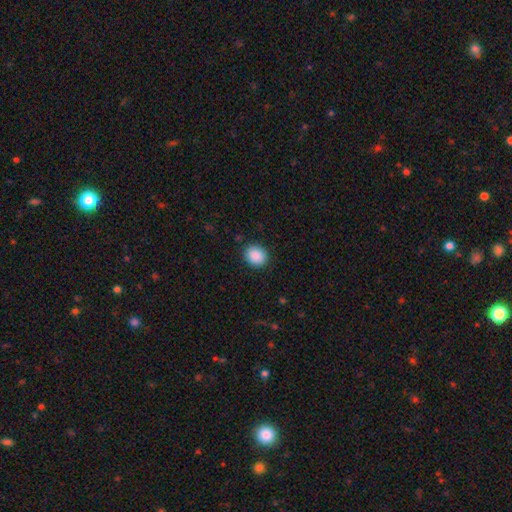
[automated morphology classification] Smooth or featured? Predicted: smooth (p=0.90). How rounded? Predicted: round (p=0.65). Merging? Predicted: none (p=0.89).